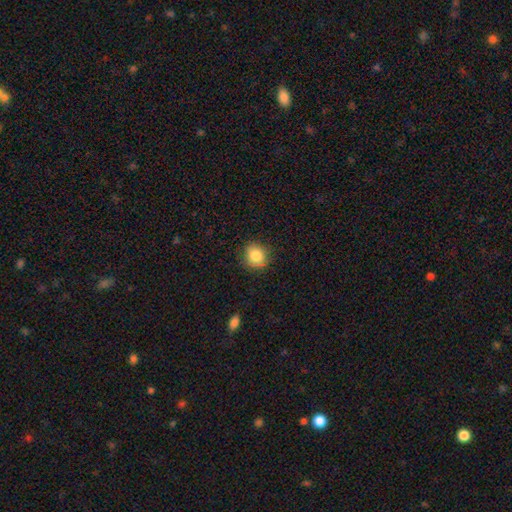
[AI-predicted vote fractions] Smooth or featured: smooth — 84% (star or artifact — 10%)
How rounded: round — 83% (in between — 16%)
Merging: none — 84% (minor disturbance — 12%)